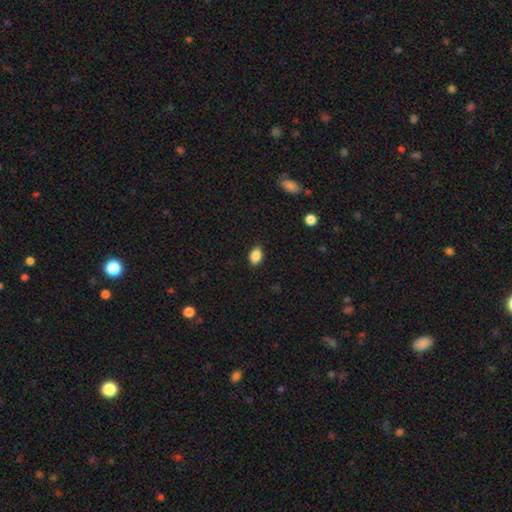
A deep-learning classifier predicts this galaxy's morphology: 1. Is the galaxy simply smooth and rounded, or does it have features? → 87% smooth, 9% star or artifact, 4% featured or disk.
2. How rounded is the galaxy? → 86% in between, 12% round, 2% cigar-shaped.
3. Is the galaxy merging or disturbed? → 88% none, 9% minor disturbance, 2% major disturbance, 1% merger.